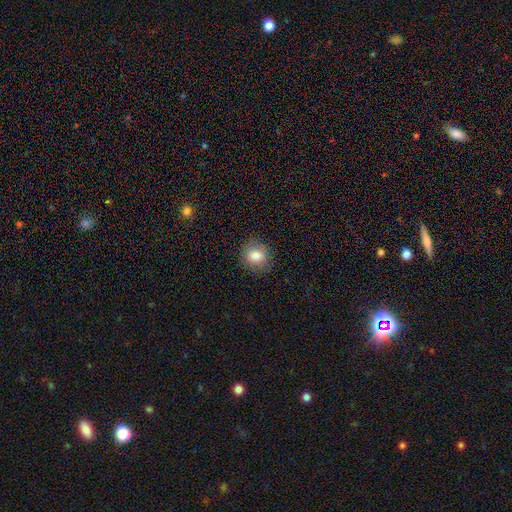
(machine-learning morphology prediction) smooth-or-featured: smooth: 79% | featured or disk: 11% | star or artifact: 10%
  how-rounded: round: 72% | in between: 27% | cigar-shaped: 1%
  merging: none: 85% | minor disturbance: 10% | major disturbance: 3% | merger: 1%